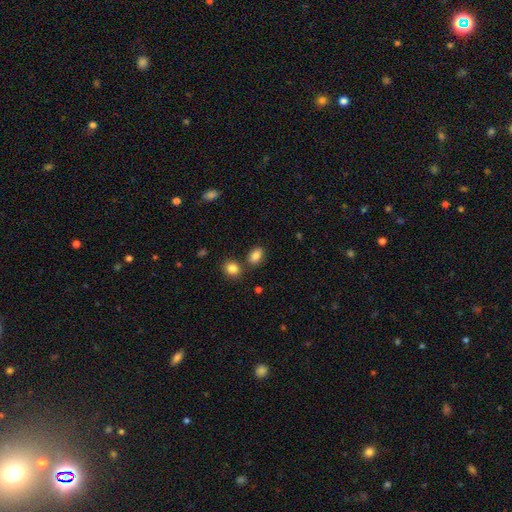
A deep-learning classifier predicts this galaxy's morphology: A smooth galaxy with no disk features (85%) that is in between round and cigar-shaped (83%). Merging: none (74%).